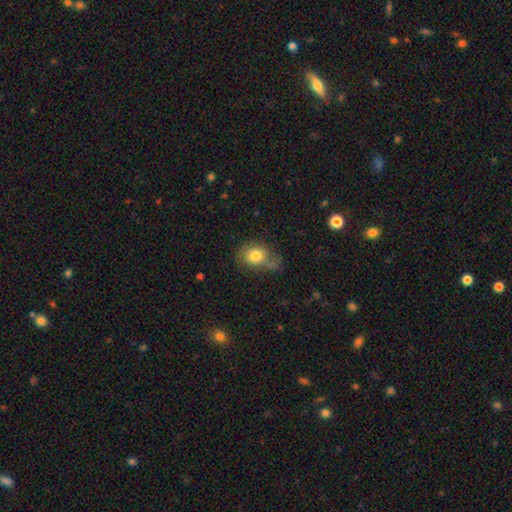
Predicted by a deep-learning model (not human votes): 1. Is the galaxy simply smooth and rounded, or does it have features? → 77% smooth, 14% featured or disk, 9% star or artifact.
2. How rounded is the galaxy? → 54% in between, 45% round, 2% cigar-shaped.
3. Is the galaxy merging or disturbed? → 42% none, 32% minor disturbance, 19% major disturbance, 8% merger.